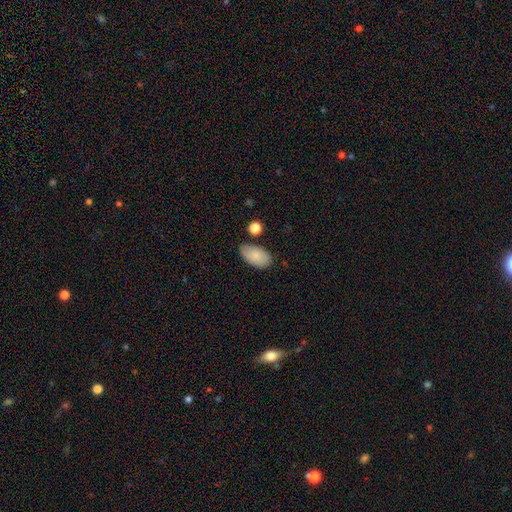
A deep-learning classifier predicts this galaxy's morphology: Smooth or featured: smooth — 85% (featured or disk — 8%)
How rounded: in between — 94% (round — 4%)
Merging: none — 72% (minor disturbance — 19%)